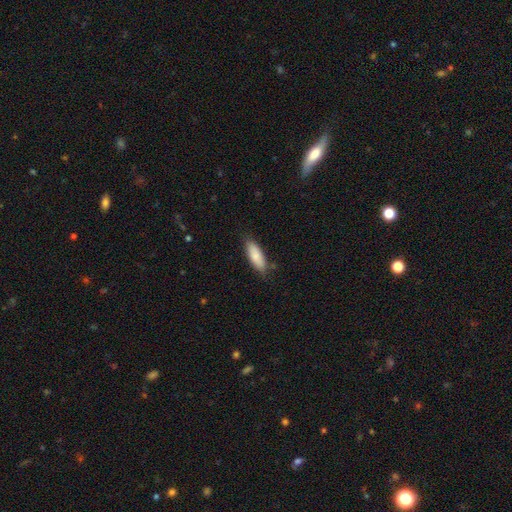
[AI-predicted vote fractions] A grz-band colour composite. It shows a smooth galaxy with no disk features (83%) that is in between round and cigar-shaped (66%). Merging: none (80%).